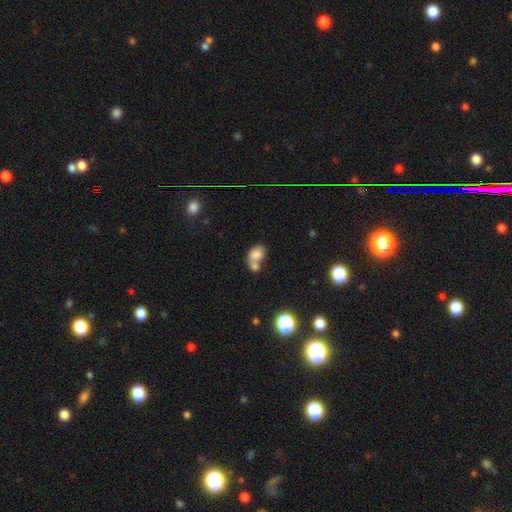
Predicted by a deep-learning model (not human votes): Smooth or featured? smooth (77%)
How rounded? in between (67%)
Merging? merger (63%)